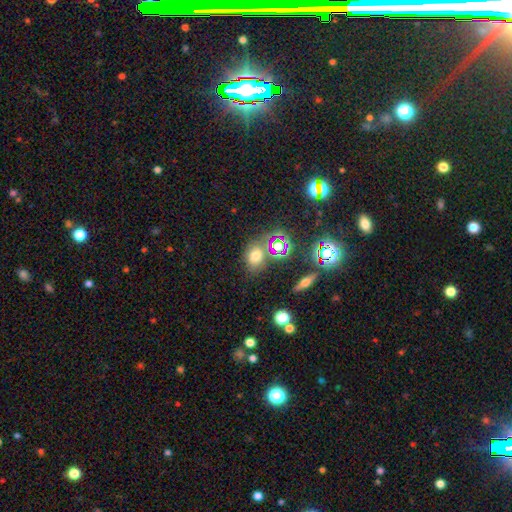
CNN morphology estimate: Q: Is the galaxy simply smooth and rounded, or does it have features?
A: smooth — 63%.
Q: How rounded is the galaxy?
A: in between — 57%.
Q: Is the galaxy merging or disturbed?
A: none — 68%.